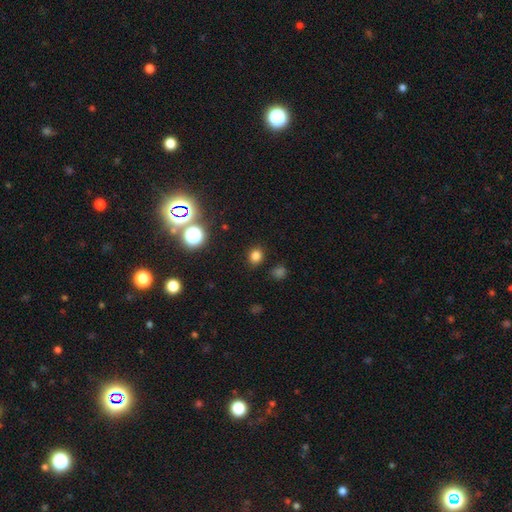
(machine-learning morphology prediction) type=smooth (78%); roundness=round (70%); merging=none (87%).